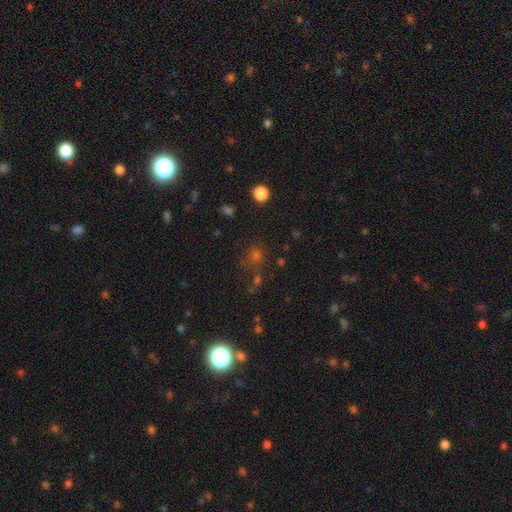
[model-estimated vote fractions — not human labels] Overall: smooth (48%; star or artifact 43%). Merging: none (71%).